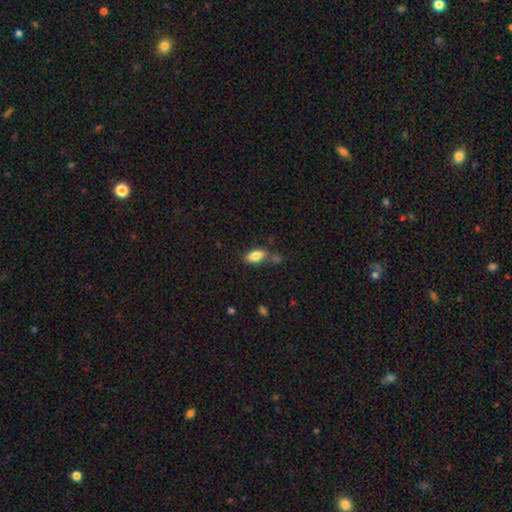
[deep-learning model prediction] Smooth or featured?
  - smooth: 82% *
  - featured or disk: 10%
  - star or artifact: 8%
How rounded?
  - in between: 88% *
  - cigar-shaped: 9%
  - round: 3%
Merging?
  - none: 60% *
  - minor disturbance: 19%
  - merger: 15%
  - major disturbance: 6%